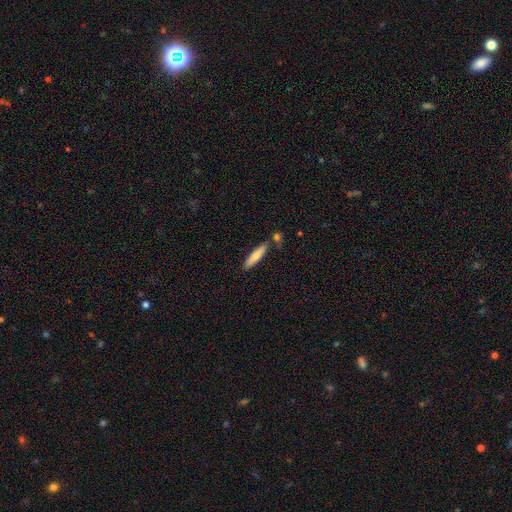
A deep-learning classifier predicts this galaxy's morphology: Smooth or featured?
  - smooth: 77% *
  - featured or disk: 17%
  - star or artifact: 6%
How rounded?
  - cigar-shaped: 84% *
  - in between: 15%
  - round: 1%
Merging?
  - none: 79% *
  - minor disturbance: 11%
  - merger: 7%
  - major disturbance: 2%